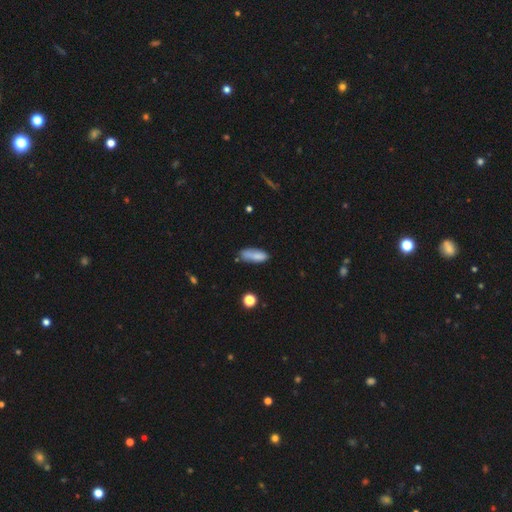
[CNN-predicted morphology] type=smooth (80%); roundness=in between (64%); merging=none (57%).